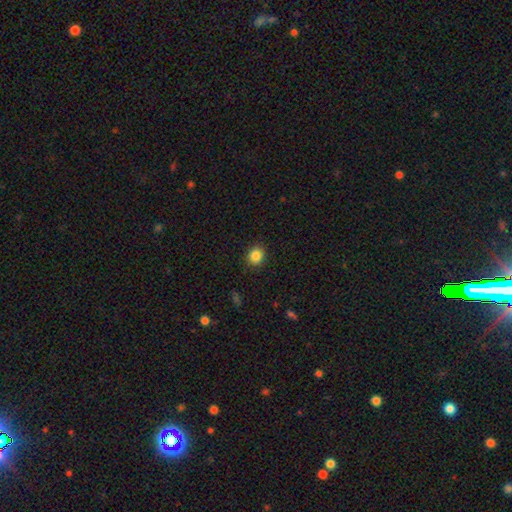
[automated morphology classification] This is clearly a smooth galaxy (85%). How rounded: clearly round (82%). Merging: clearly none (89%).